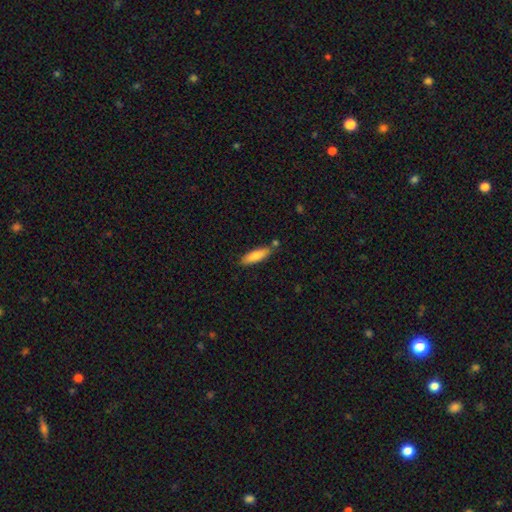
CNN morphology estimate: The model was most divided on "how rounded": cigar-shaped: 61%, in between: 38%, round: 1%. More confident: smooth or featured — smooth (82%); merging — none (76%).